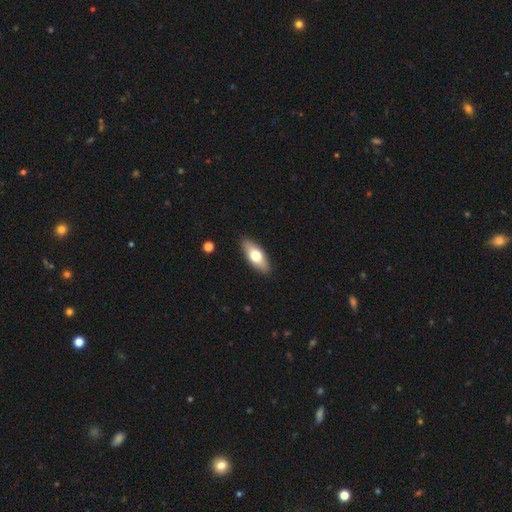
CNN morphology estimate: A smooth galaxy with no disk features (64%) that is in between round and cigar-shaped (77%). Merging: none (89%).